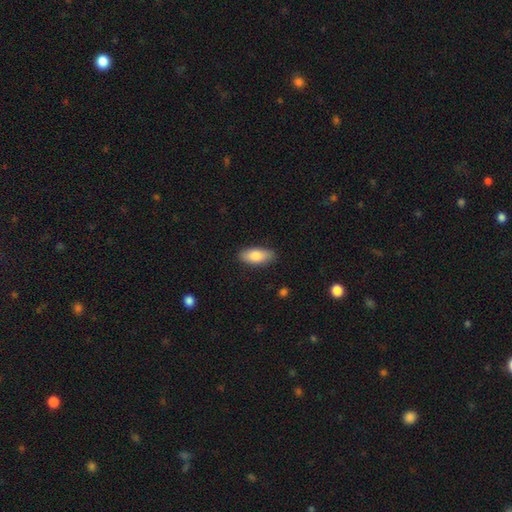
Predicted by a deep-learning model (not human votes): smooth-or-featured: smooth: 82% | featured or disk: 12% | star or artifact: 6%
  how-rounded: in between: 86% | cigar-shaped: 12% | round: 2%
  merging: none: 87% | minor disturbance: 10% | major disturbance: 2% | merger: 1%